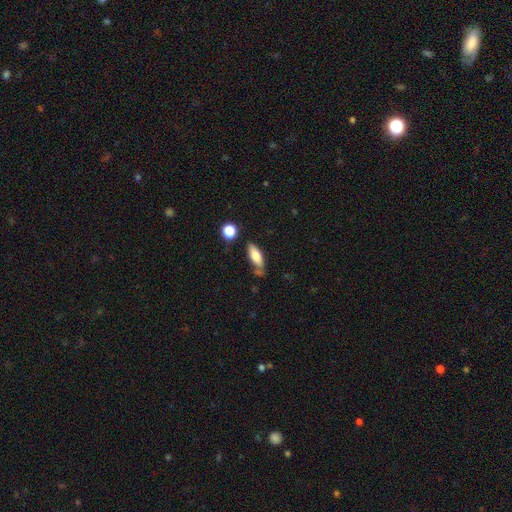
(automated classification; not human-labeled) Smooth or featured? smooth (74%)
How rounded? in between (70%)
Merging? none (63%)